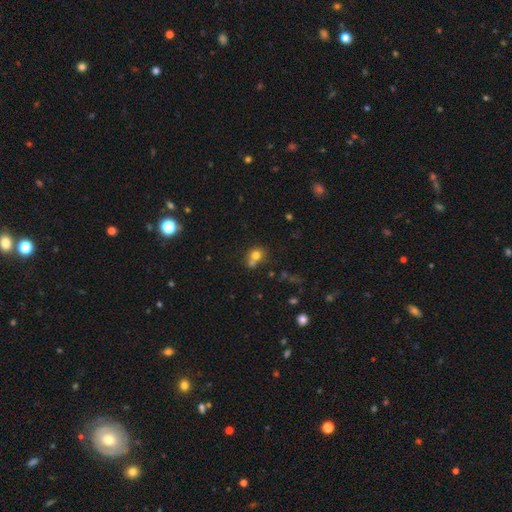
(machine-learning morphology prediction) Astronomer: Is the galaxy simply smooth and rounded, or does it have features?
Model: smooth — 74%.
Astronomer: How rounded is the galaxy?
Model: round — 67%.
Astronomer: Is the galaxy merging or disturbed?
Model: merger — 42% (runner-up: none, 41%).